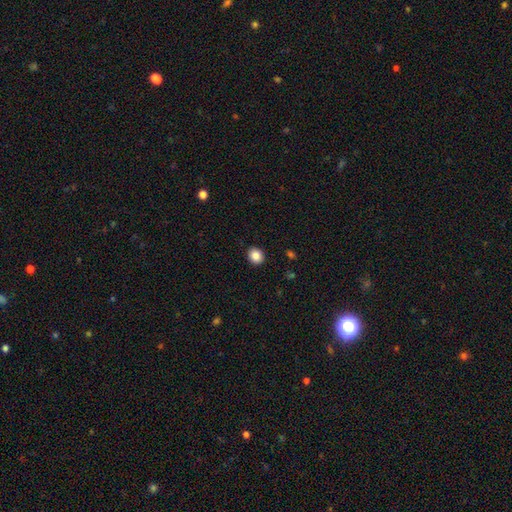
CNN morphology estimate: The model was most divided on "how rounded": round: 70%, in between: 29%, cigar-shaped: 1%. More confident: merging — none (92%); smooth or featured — smooth (86%).